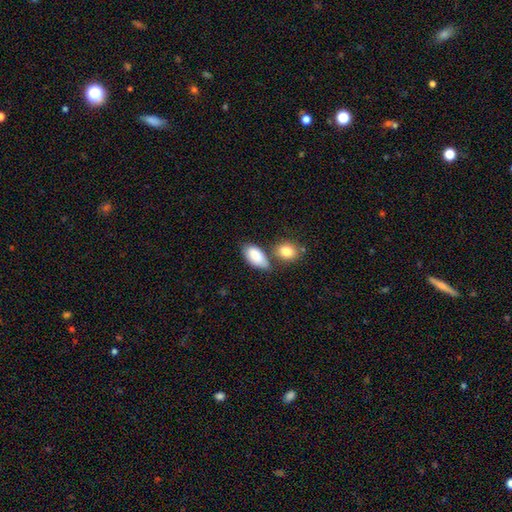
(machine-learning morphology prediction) A smooth galaxy with no disk features (87%) that is in between round and cigar-shaped (93%).

Vote fractions:
- Smooth or featured? smooth: 87% / featured or disk: 7% / star or artifact: 6%
- How rounded? in between: 93% / round: 5% / cigar-shaped: 3%
- Merging? none: 51% / merger: 24% / minor disturbance: 19% / major disturbance: 6%